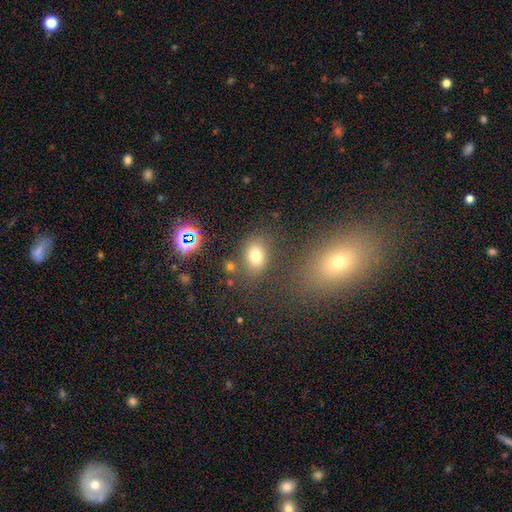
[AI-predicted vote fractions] Q: Smooth or featured?
A: smooth (73%); runner-up: star or artifact (16%)
Q: How rounded?
A: in between (65%); runner-up: round (34%)
Q: Merging?
A: none (72%); runner-up: minor disturbance (14%)